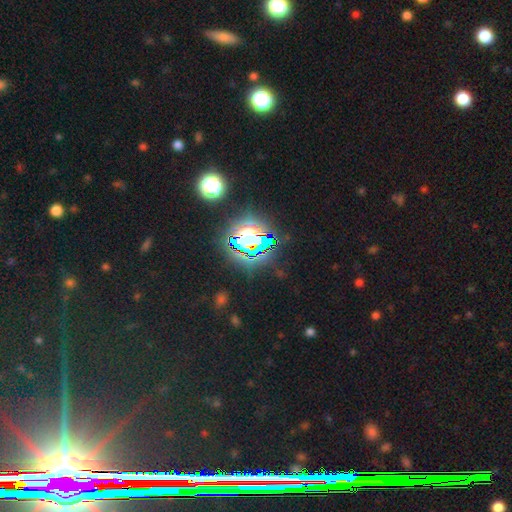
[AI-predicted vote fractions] star or artifact 78%, smooth 14%, featured or disk 8%.